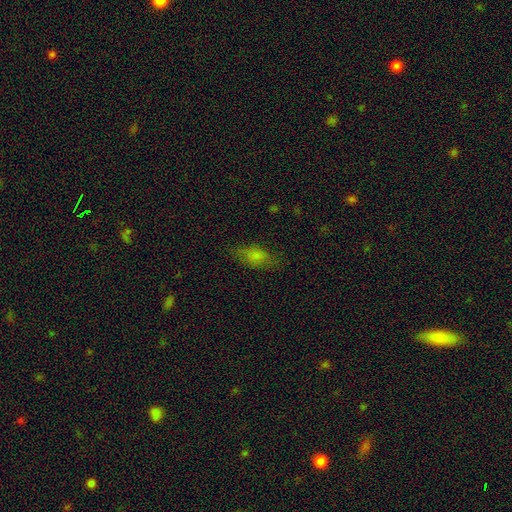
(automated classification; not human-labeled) Smooth or featured? smooth (74%)
How rounded? in between (84%)
Merging? none (69%)